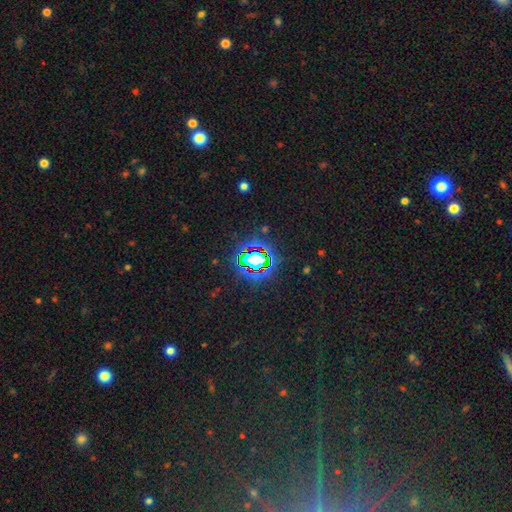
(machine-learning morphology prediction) This is clearly a star or artifact rather than a galaxy (81%).